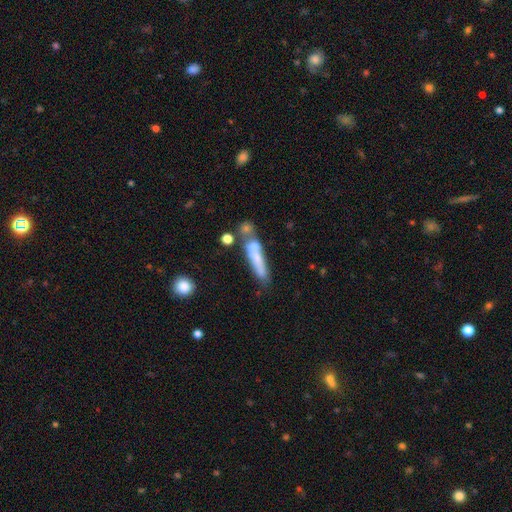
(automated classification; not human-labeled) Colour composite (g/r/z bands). It shows a smooth galaxy with no disk features (60%) that is cigar-shaped (83%). Merging: none (43%).